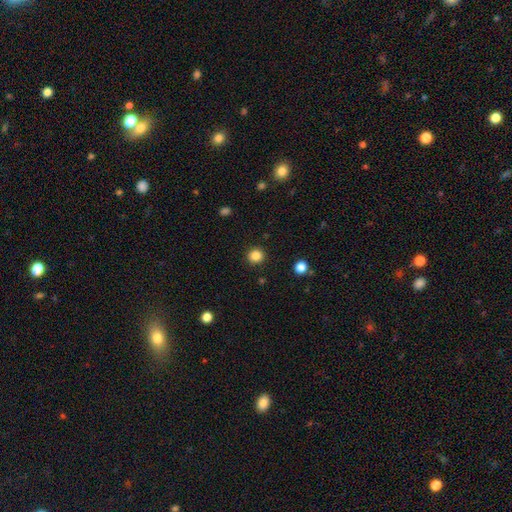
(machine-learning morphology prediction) smooth_or_featured: smooth (p=0.85) [alt: star or artifact p=0.12]
how_rounded: round (p=0.92) [alt: in between p=0.07]
merging: none (p=0.92) [alt: minor disturbance p=0.05]